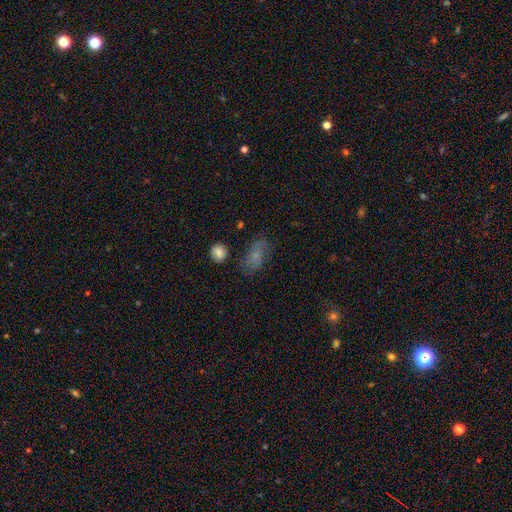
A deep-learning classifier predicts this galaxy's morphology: Smooth or featured? Predicted: smooth (p=0.66). How rounded? Predicted: in between (p=0.86). Merging? Predicted: none (p=0.66).